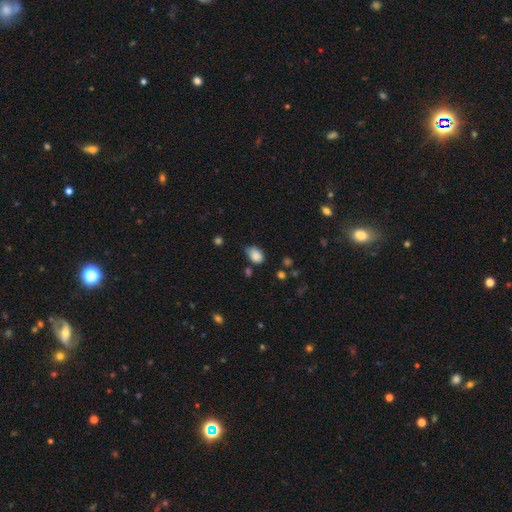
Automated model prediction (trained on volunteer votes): This appears to be a smooth galaxy with no disk features (86%) that is in between round and cigar-shaped (75%). Merging: none (54%).